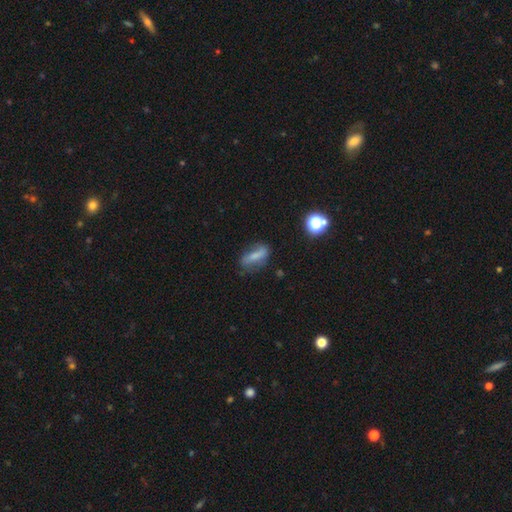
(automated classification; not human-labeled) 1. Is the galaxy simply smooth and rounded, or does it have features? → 58% smooth, 31% featured or disk, 11% star or artifact.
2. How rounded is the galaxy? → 62% in between, 31% cigar-shaped, 7% round.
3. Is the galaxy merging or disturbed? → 58% none, 26% minor disturbance, 12% major disturbance, 3% merger.